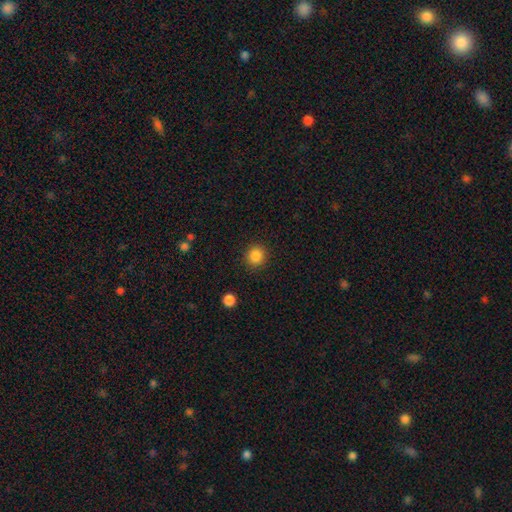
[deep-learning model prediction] smooth-or-featured: smooth: 86% | star or artifact: 10% | featured or disk: 3%
  how-rounded: round: 86% | in between: 13% | cigar-shaped: 1%
  merging: none: 89% | minor disturbance: 7% | major disturbance: 3% | merger: 1%